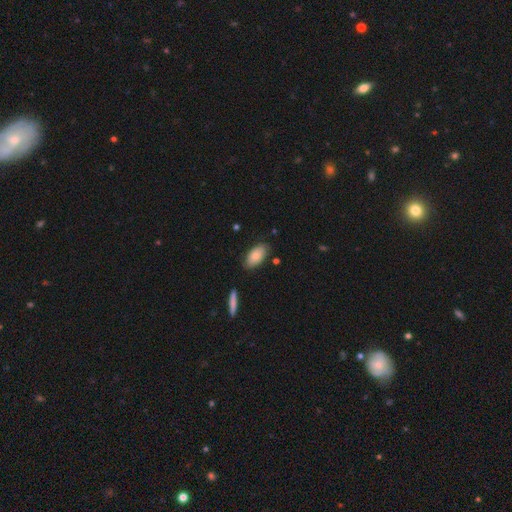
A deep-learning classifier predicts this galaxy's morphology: smooth 81%, featured or disk 12%, star or artifact 6%. Down the decision tree: how rounded — in between (92%); merging — none (81%).